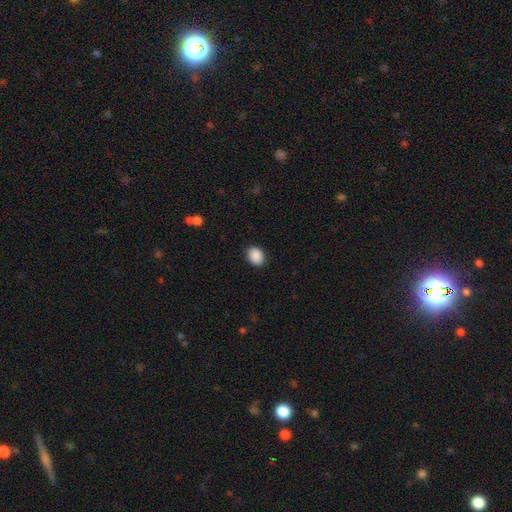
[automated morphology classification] A smooth galaxy with no disk features (90%) that is in between round and cigar-shaped (59%).

Vote fractions:
- Smooth or featured? smooth: 90% / star or artifact: 8% / featured or disk: 3%
- How rounded? in between: 59% / round: 40% / cigar-shaped: 1%
- Merging? none: 89% / minor disturbance: 8% / major disturbance: 2% / merger: 1%